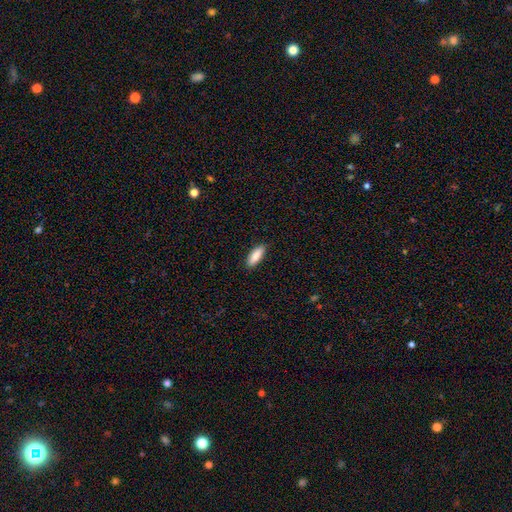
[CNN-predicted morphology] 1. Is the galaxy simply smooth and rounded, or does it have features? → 87% smooth, 7% featured or disk, 6% star or artifact.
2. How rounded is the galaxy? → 63% in between, 35% cigar-shaped, 2% round.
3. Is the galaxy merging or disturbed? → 88% none, 9% minor disturbance, 2% major disturbance, 1% merger.